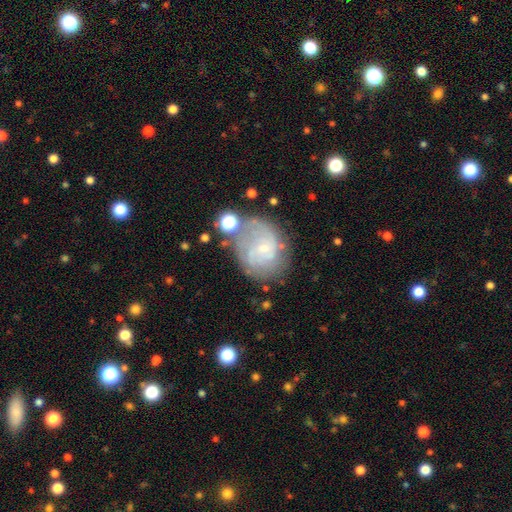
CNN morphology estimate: This appears to be a featured or disk galaxy (72%) with no bar (68%), tight (51%) spiral arms (85%) and a small central bulge (81%). Merging: none (54%).